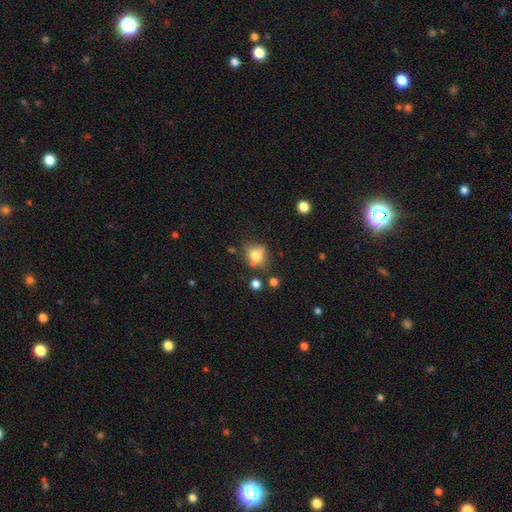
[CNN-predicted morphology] Smooth or featured? Predicted: smooth (p=0.73). How rounded? Predicted: round (p=0.64). Merging? Predicted: none (p=0.62).